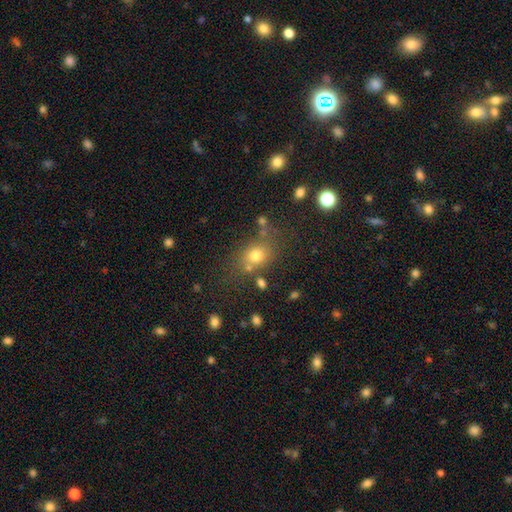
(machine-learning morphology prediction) Smooth or featured?
  - smooth: 73% *
  - star or artifact: 16%
  - featured or disk: 11%
How rounded?
  - round: 49% * (tied)
  - in between: 49% * (tied)
  - cigar-shaped: 2%
Merging?
  - none: 68% *
  - minor disturbance: 15%
  - merger: 11%
  - major disturbance: 7%